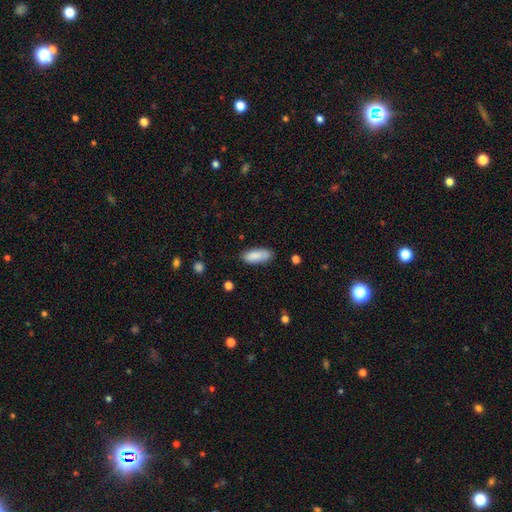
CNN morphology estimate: smooth-or-featured: smooth: 87% | featured or disk: 7% | star or artifact: 6%
  how-rounded: in between: 76% | cigar-shaped: 22% | round: 2%
  merging: none: 79% | minor disturbance: 16% | major disturbance: 3% | merger: 2%